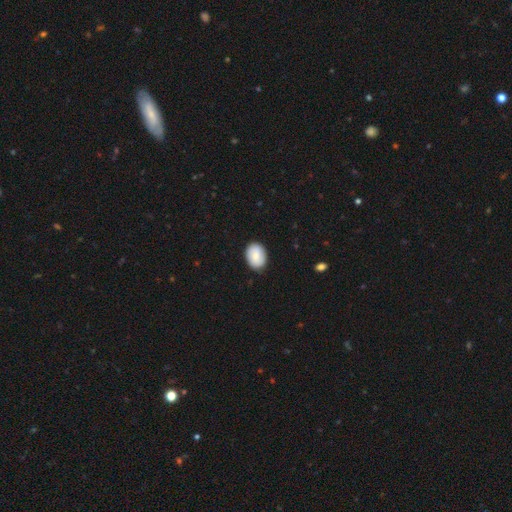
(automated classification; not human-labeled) The model was most divided on "how rounded": in between: 72%, round: 27%, cigar-shaped: 1%. More confident: merging — none (87%); smooth or featured — smooth (80%).